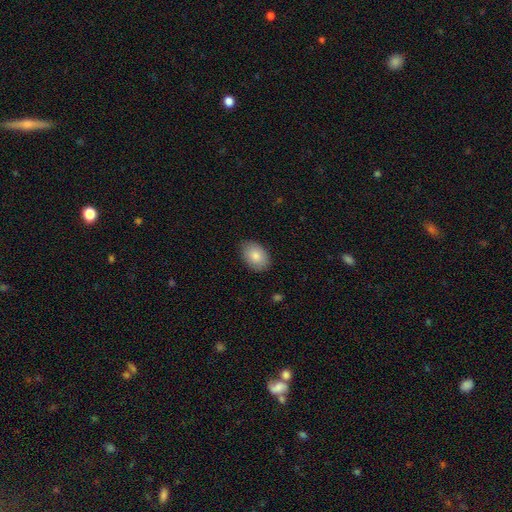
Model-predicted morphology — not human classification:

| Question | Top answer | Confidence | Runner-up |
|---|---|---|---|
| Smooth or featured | smooth | 84% | featured or disk (10%) |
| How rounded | in between | 86% | round (13%) |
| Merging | none | 84% | minor disturbance (13%) |